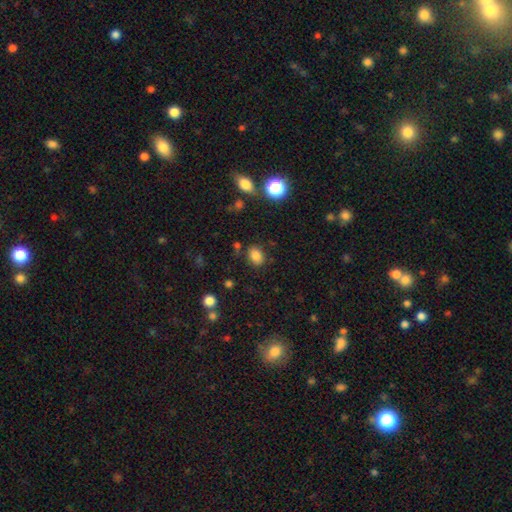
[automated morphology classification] Smooth or featured?
  - smooth: 82% *
  - star or artifact: 12%
  - featured or disk: 6%
How rounded?
  - in between: 73% *
  - round: 26%
  - cigar-shaped: 1%
Merging?
  - none: 79% *
  - minor disturbance: 13%
  - merger: 4%
  - major disturbance: 4%